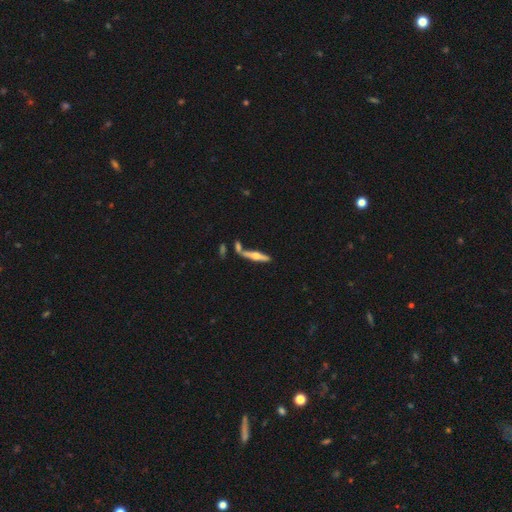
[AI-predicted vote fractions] This appears to be a featured or disk galaxy (63%) viewed edge-on (94%) with a rounded central bulge (93%). Merging: none (66%).